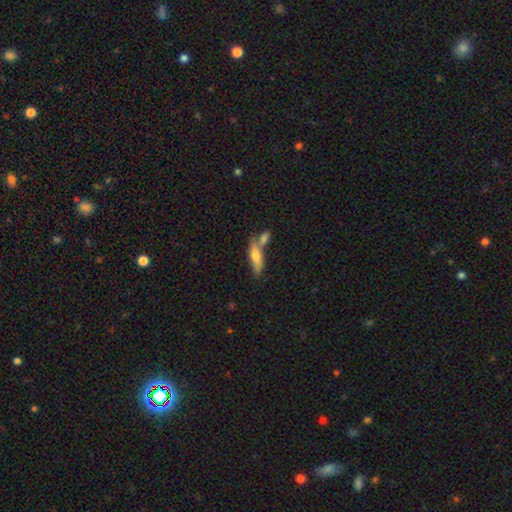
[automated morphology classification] A smooth galaxy with no disk features (62%) that is cigar-shaped (54%). Merging: none (46%).